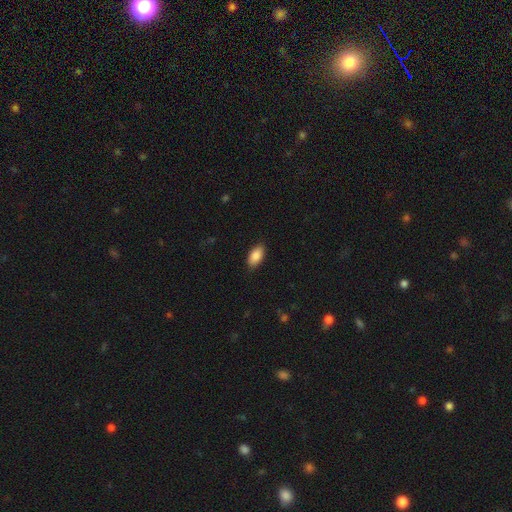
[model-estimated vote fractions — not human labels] Q: Smooth or featured?
A: smooth (88%); runner-up: star or artifact (7%)
Q: How rounded?
A: in between (93%); runner-up: cigar-shaped (3%)
Q: Merging?
A: none (86%); runner-up: minor disturbance (10%)